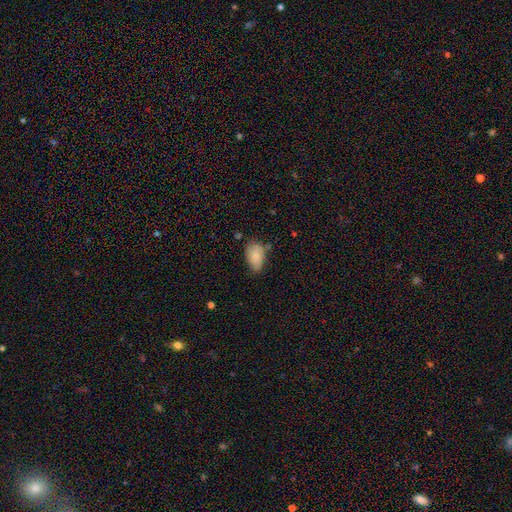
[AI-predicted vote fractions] Smooth or featured?
  - smooth: 82% *
  - featured or disk: 11%
  - star or artifact: 7%
How rounded?
  - in between: 91% *
  - round: 8%
  - cigar-shaped: 1%
Merging?
  - none: 61% *
  - minor disturbance: 30%
  - major disturbance: 5%
  - merger: 4%